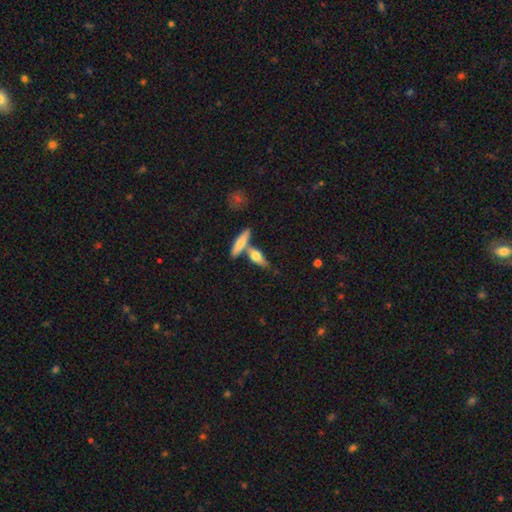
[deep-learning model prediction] Q: Smooth or featured?
A: smooth (63%); runner-up: featured or disk (30%)
Q: How rounded?
A: in between (50%); runner-up: cigar-shaped (45%)
Q: Merging?
A: none (51%); runner-up: merger (35%)